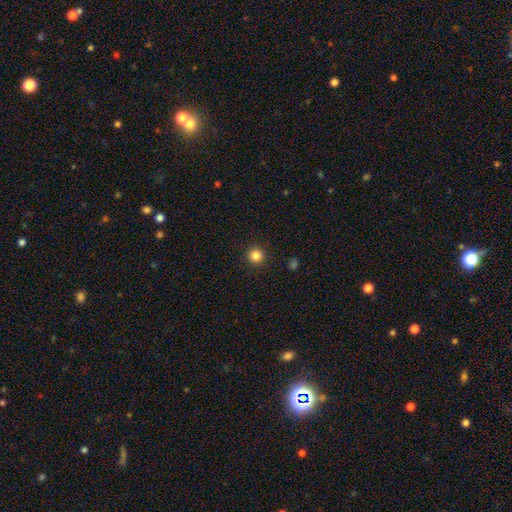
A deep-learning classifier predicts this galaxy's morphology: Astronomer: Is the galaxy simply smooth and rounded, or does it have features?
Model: smooth — 85%.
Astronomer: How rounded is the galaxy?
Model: round — 95%.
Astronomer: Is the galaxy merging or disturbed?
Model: none — 92%.